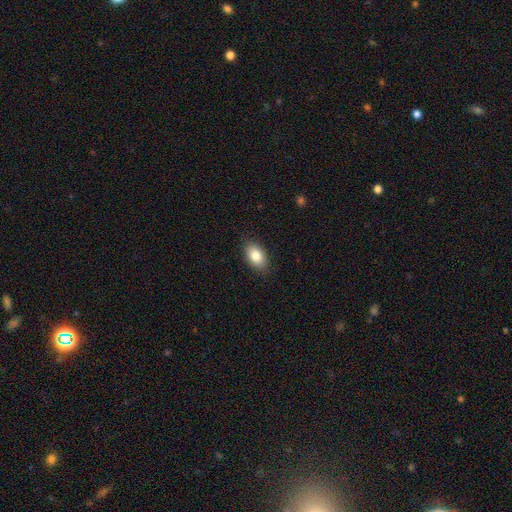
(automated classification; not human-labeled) This is clearly a smooth galaxy (83%). How rounded: clearly in between (90%). Merging: clearly none (88%).